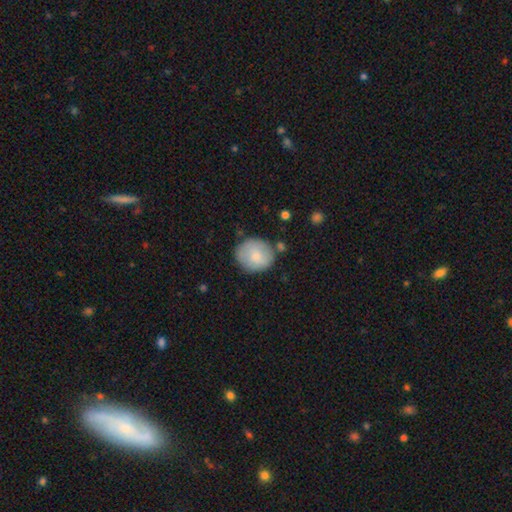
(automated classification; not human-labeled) The model was most divided on "how rounded": round: 72%, in between: 27%, cigar-shaped: 1%. More confident: smooth or featured — smooth (75%); merging — none (70%).